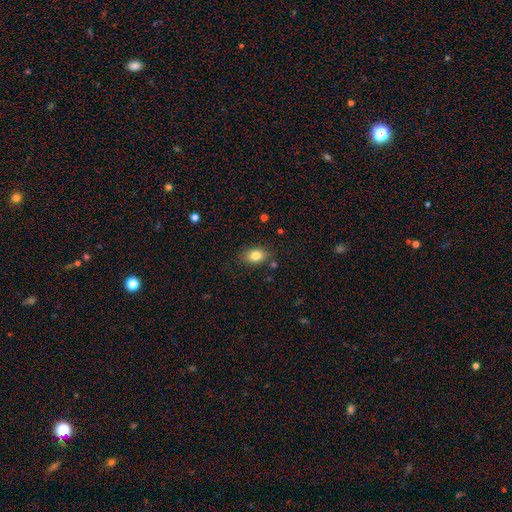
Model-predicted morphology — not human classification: This appears to be a smooth galaxy with no disk features (83%) that is in between round and cigar-shaped (78%). Merging: none (81%).